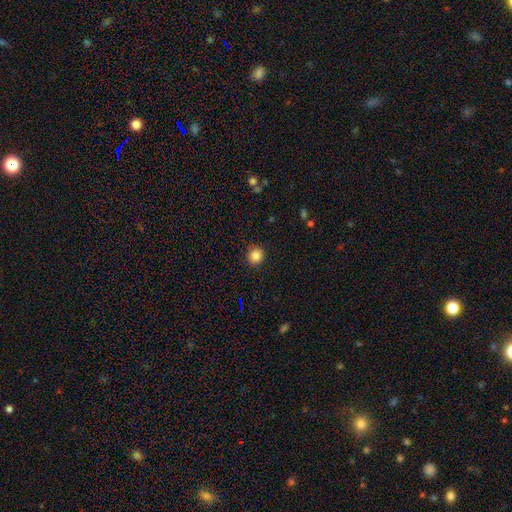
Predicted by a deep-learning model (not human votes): Smooth or featured? smooth (85%)
How rounded? round (88%)
Merging? none (90%)